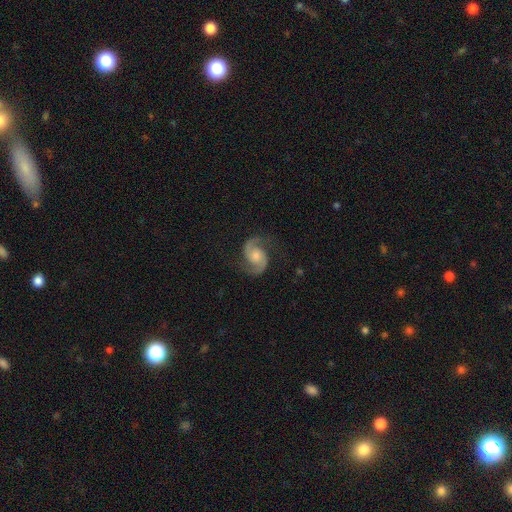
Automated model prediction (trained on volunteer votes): Smooth or featured: featured or disk — 91% (star or artifact — 5%)
Edge-on disk: no — 98% (yes — 2%)
Bar: no — 62% (weak — 31%)
Spiral arms: yes — 98% (no — 2%)
Spiral winding: medium — 60% (loose — 21%)
Spiral arm count: 2 — 94% (can't tell — 2%)
Bulge size: moderate — 54% (small — 29%)
Merging: none — 82% (minor disturbance — 12%)